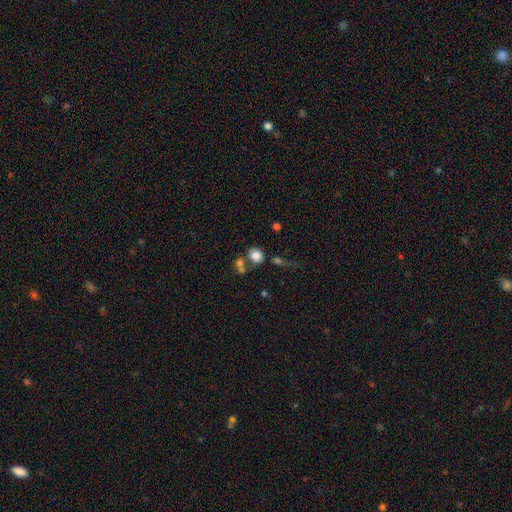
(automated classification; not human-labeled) Smooth or featured? smooth (80%)
How rounded? round (75%)
Merging? none (56%)